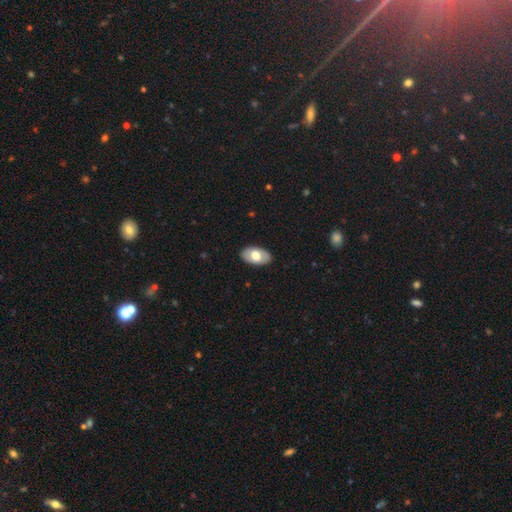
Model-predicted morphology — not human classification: Overall: smooth (62%; featured or disk 33%). How rounded: in between (94%). Merging: none (88%).